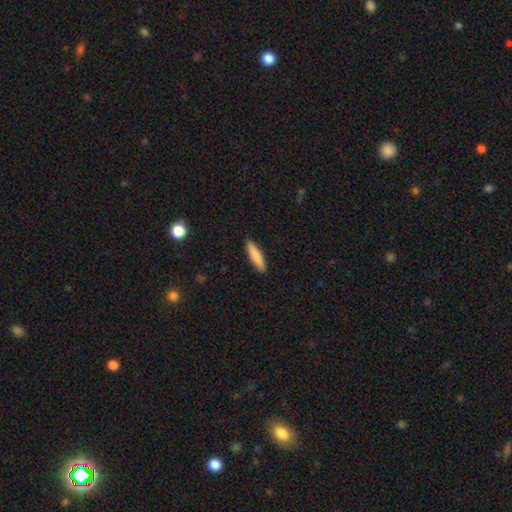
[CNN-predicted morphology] A smooth galaxy with no disk features (84%) that is cigar-shaped (78%).

Vote fractions:
- Smooth or featured? smooth: 84% / featured or disk: 10% / star or artifact: 6%
- How rounded? cigar-shaped: 78% / in between: 20% / round: 1%
- Merging? none: 91% / minor disturbance: 7% / major disturbance: 2% / merger: 1%